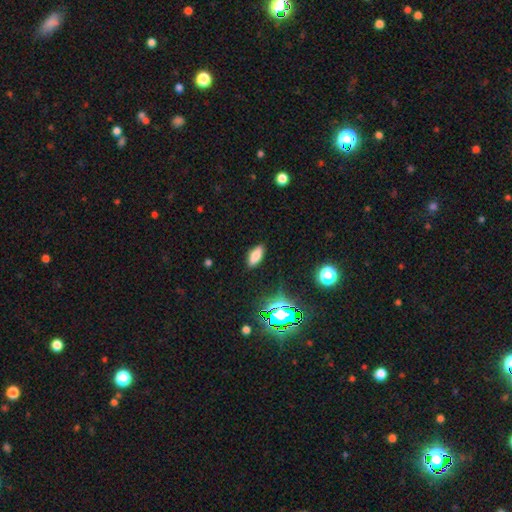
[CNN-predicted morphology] The model was most divided on "smooth or featured": smooth: 76%, star or artifact: 15%, featured or disk: 10%. More confident: merging — none (87%); how rounded — in between (81%).